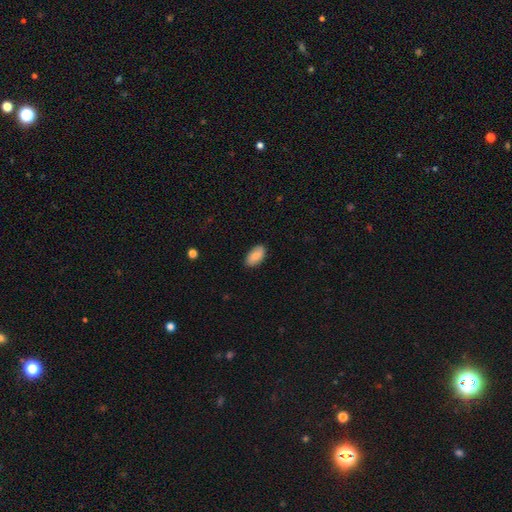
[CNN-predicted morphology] This is clearly a smooth galaxy (81%). How rounded: clearly in between (94%). Merging: clearly none (86%).